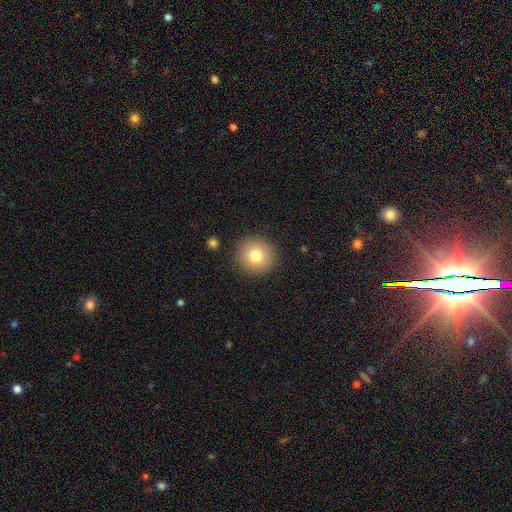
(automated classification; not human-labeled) Smooth or featured? smooth (79%)
How rounded? round (92%)
Merging? none (89%)